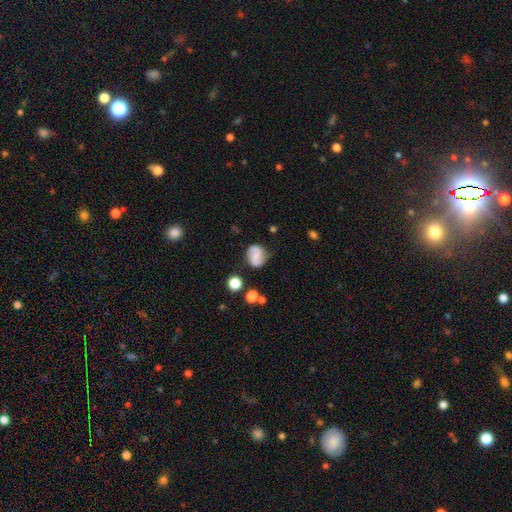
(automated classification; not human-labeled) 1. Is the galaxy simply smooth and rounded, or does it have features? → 53% featured or disk, 38% smooth, 9% star or artifact.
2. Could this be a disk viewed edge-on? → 97% no, 3% yes.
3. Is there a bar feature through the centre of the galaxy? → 46% no, 40% weak, 15% strong.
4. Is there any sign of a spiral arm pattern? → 87% yes, 13% no.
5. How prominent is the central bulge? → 44% small, 30% none, 22% moderate, 3% large, 1% dominant.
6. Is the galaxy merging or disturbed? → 71% none, 18% minor disturbance, 6% major disturbance, 5% merger.